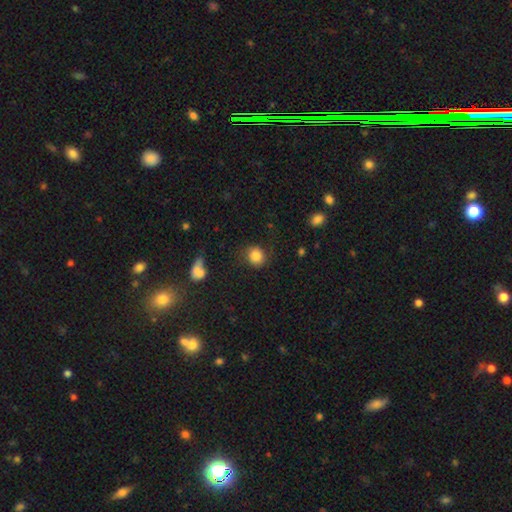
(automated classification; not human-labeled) Smooth or featured: smooth — 83% (star or artifact — 10%)
How rounded: round — 79% (in between — 20%)
Merging: none — 76% (minor disturbance — 15%)